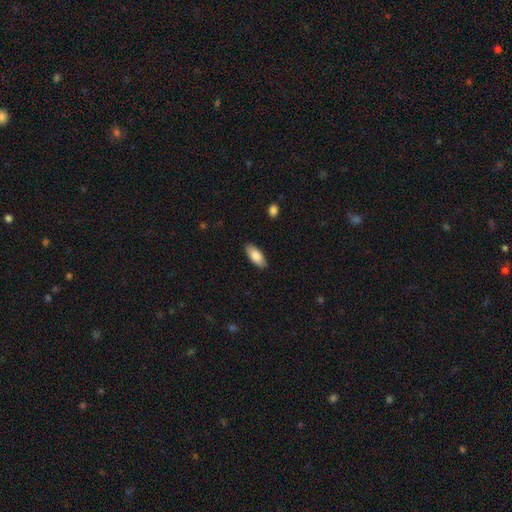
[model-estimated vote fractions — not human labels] This is clearly a smooth galaxy (84%). How rounded: clearly in between (86%). Merging: clearly none (87%).